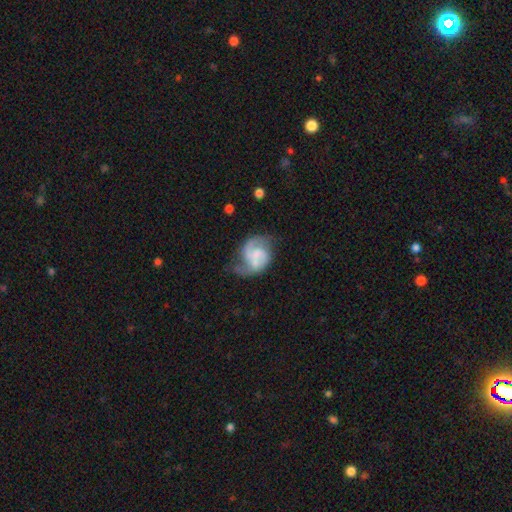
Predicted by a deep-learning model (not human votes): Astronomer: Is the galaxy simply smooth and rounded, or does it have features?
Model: featured or disk — 75%.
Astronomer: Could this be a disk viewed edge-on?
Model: no — 98%.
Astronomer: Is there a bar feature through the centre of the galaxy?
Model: no — 52% (runner-up: weak, 40%).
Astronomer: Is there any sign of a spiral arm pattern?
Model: yes — 91%.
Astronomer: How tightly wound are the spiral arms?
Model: medium — 50% (runner-up: loose, 32%).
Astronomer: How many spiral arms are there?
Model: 2 — 84%.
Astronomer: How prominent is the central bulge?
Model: small — 34% (runner-up: none, 33%).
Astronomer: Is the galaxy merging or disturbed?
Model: none — 45% (runner-up: minor disturbance, 25%).